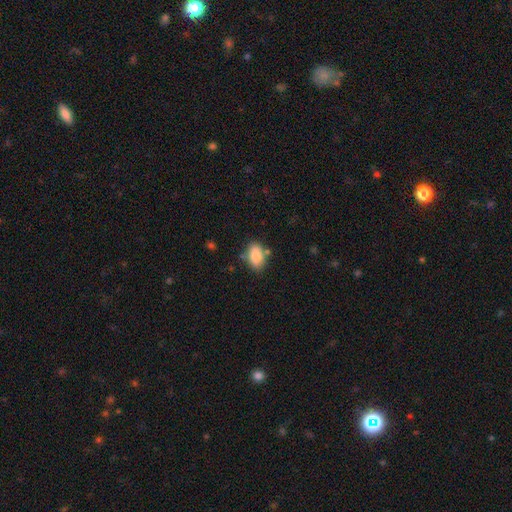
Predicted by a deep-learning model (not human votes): Smooth or featured: smooth — 83% (featured or disk — 10%)
How rounded: in between — 87% (round — 12%)
Merging: none — 75% (minor disturbance — 15%)